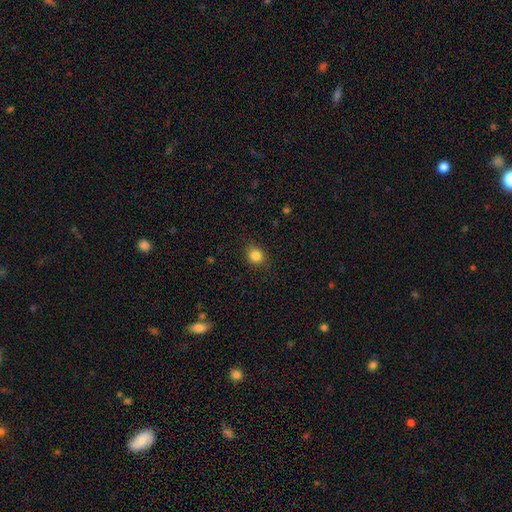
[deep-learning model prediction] smooth-or-featured: smooth: 84% | star or artifact: 11% | featured or disk: 5%
  how-rounded: round: 80% | in between: 19% | cigar-shaped: 1%
  merging: none: 87% | minor disturbance: 9% | major disturbance: 3% | merger: 1%